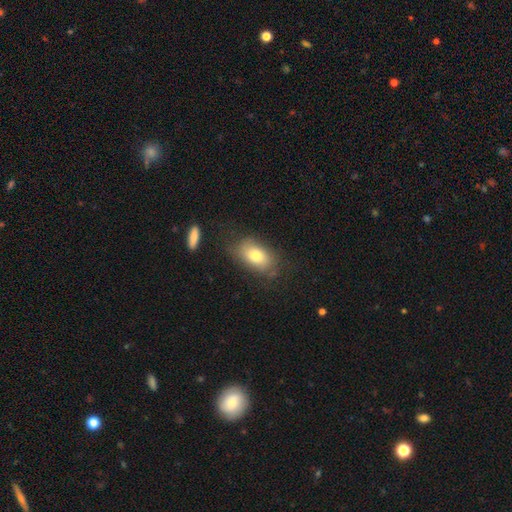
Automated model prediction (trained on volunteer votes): Smooth or featured? smooth (77%)
How rounded? in between (88%)
Merging? none (72%)